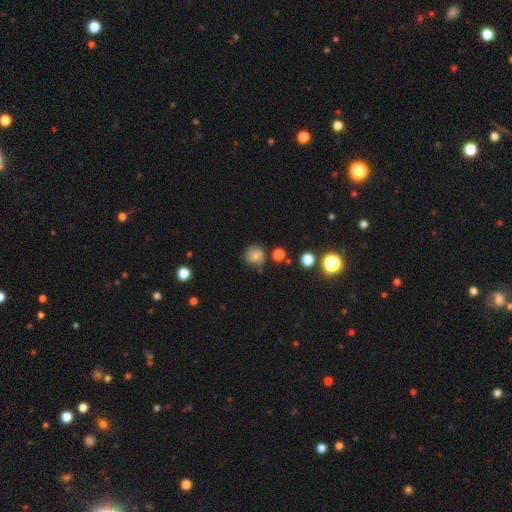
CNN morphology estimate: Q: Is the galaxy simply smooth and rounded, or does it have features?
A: smooth — 74%.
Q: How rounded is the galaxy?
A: round — 82%.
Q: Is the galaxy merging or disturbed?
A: none — 65%.